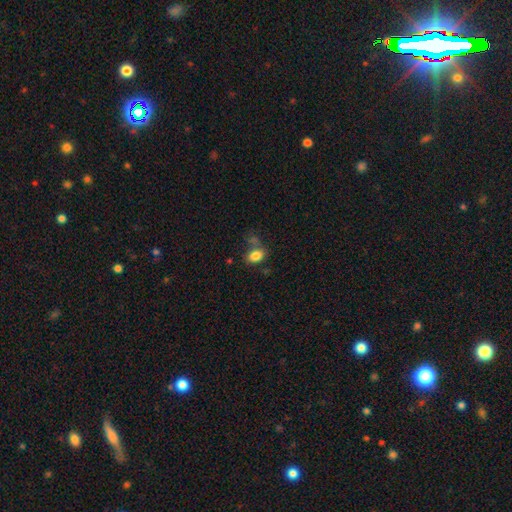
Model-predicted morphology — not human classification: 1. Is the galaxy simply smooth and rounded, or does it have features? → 83% smooth, 10% star or artifact, 8% featured or disk.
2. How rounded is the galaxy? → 83% in between, 16% round, 1% cigar-shaped.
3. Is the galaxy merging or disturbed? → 58% none, 19% minor disturbance, 14% merger, 9% major disturbance.